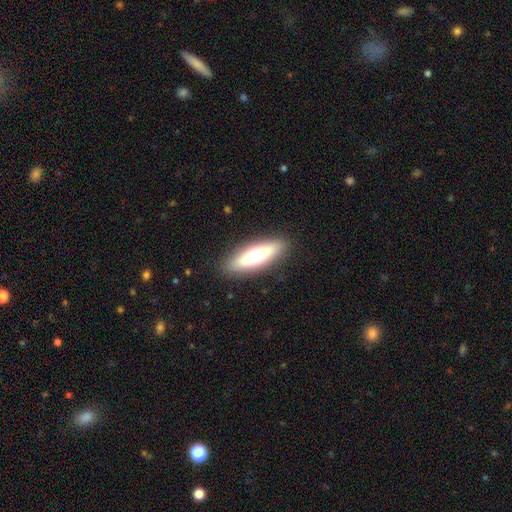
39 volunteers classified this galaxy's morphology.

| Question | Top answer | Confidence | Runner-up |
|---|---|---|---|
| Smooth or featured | smooth | 56% | featured or disk (36%) |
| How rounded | cigar-shaped | 55% | in between (45%) |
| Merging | none | 78% | minor disturbance (14%) |